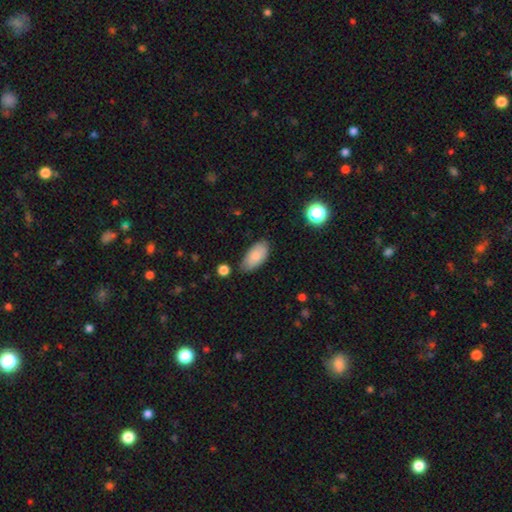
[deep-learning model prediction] This appears to be a smooth galaxy with no disk features (84%) that is in between round and cigar-shaped (93%). Merging: none (75%).